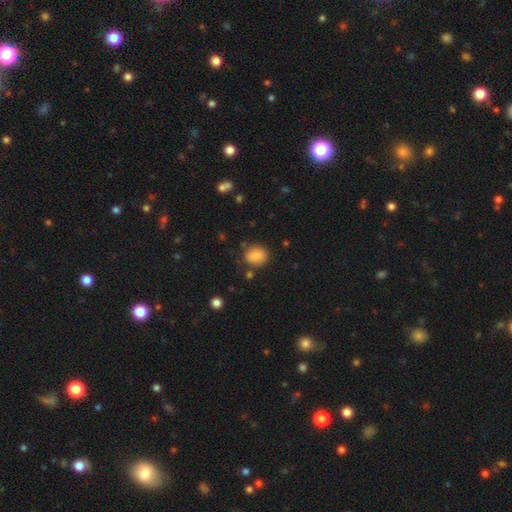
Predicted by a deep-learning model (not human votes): A smooth galaxy with no disk features (87%) that is round (53%). Merging: none (77%).